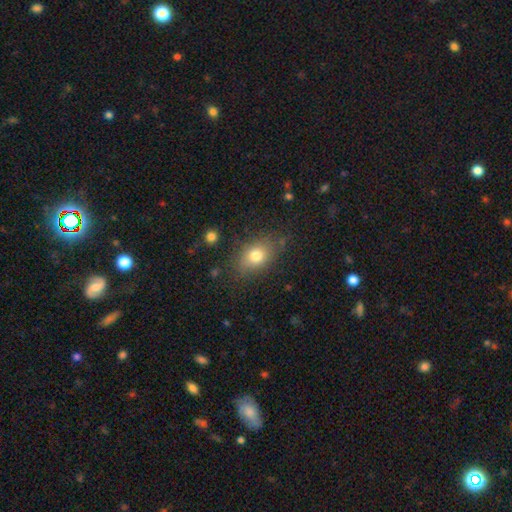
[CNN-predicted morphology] Q: Smooth or featured?
A: smooth (76%); runner-up: featured or disk (13%)
Q: How rounded?
A: in between (74%); runner-up: round (24%)
Q: Merging?
A: none (77%); runner-up: minor disturbance (15%)